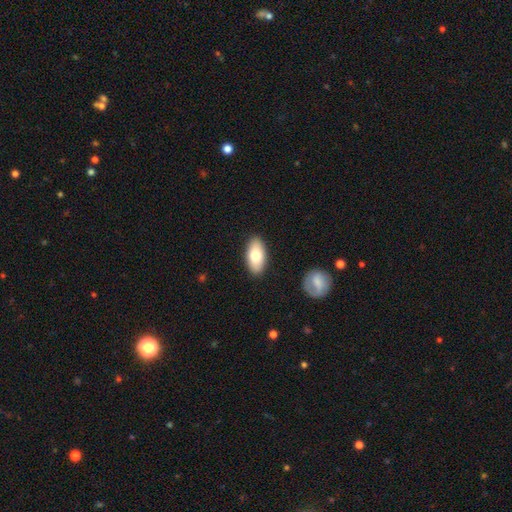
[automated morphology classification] Smooth or featured? Predicted: smooth (p=0.75). How rounded? Predicted: in between (p=0.92). Merging? Predicted: none (p=0.89).